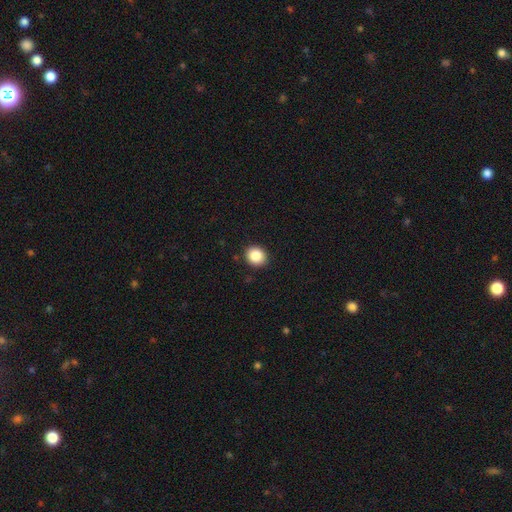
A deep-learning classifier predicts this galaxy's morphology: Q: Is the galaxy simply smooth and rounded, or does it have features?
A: smooth — 86%.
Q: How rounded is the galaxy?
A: round — 80%.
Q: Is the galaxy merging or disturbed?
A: none — 91%.